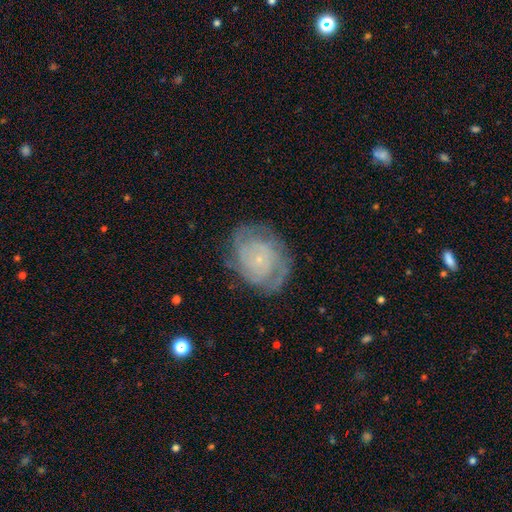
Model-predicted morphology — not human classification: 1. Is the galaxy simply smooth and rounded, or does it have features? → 77% featured or disk, 13% smooth, 10% star or artifact.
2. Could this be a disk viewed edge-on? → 97% no, 3% yes.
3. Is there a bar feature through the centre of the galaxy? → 75% no, 20% weak, 5% strong.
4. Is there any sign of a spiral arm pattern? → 95% yes, 5% no.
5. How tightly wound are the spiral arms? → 72% tight, 23% medium, 5% loose.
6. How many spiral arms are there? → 31% 2, 30% can't tell, 18% 3, 9% 4, 6% more than 4, 6% 1.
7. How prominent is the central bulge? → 81% small, 10% moderate, 7% none, 1% large, 1% dominant.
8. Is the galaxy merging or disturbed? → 79% none, 15% minor disturbance, 5% major disturbance, 1% merger.